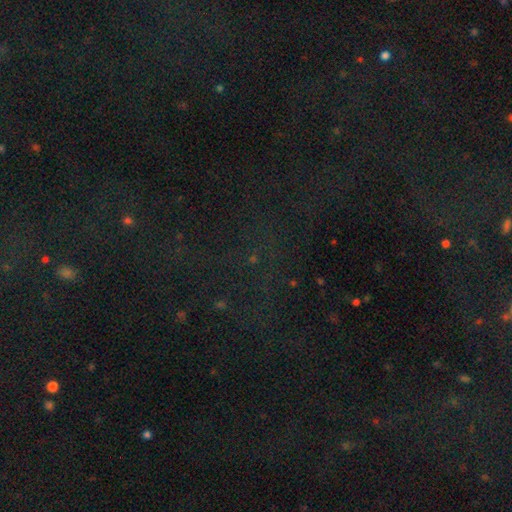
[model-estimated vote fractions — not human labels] star or artifact 76%, smooth 14%, featured or disk 10%.